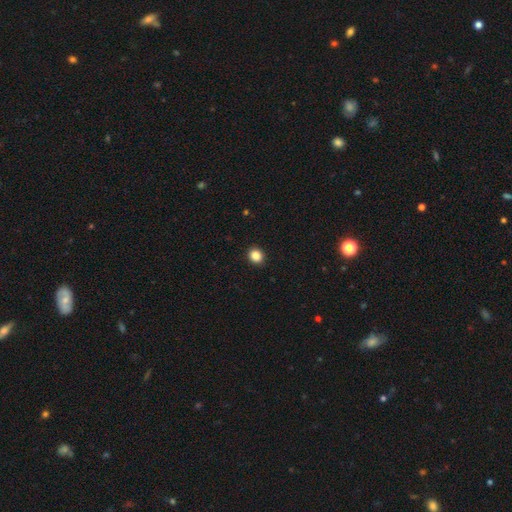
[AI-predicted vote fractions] smooth_or_featured: smooth (p=0.86) [alt: star or artifact p=0.10]
how_rounded: round (p=0.75) [alt: in between p=0.24]
merging: none (p=0.92) [alt: minor disturbance p=0.05]